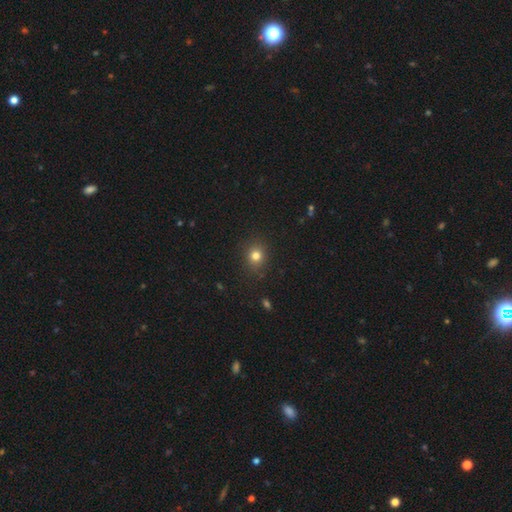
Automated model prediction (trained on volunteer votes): Q: Smooth or featured?
A: smooth (79%); runner-up: star or artifact (14%)
Q: How rounded?
A: round (79%); runner-up: in between (21%)
Q: Merging?
A: none (88%); runner-up: minor disturbance (9%)